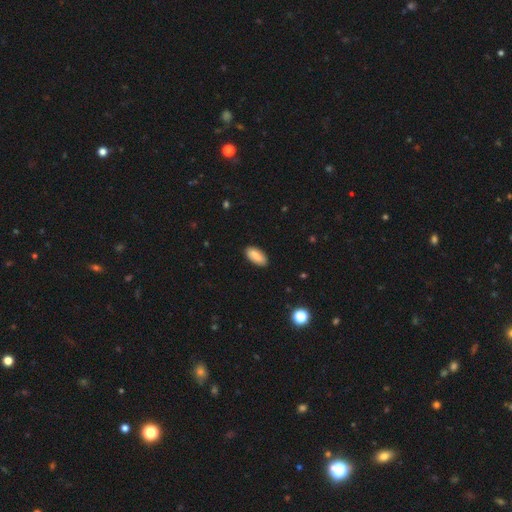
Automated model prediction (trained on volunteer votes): smooth-or-featured: smooth: 78% | featured or disk: 15% | star or artifact: 7%
  how-rounded: in between: 89% | cigar-shaped: 8% | round: 2%
  merging: none: 86% | minor disturbance: 10% | major disturbance: 2% | merger: 1%